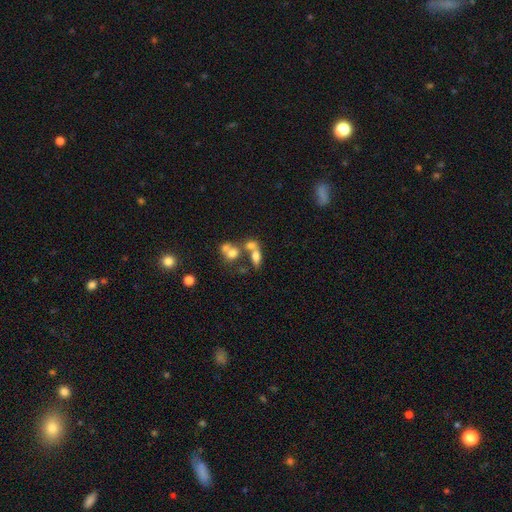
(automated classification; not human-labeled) The model was most divided on "merging": merger: 50%, none: 32%, minor disturbance: 10%, major disturbance: 8%. More confident: how rounded — in between (70%); smooth or featured — smooth (65%).